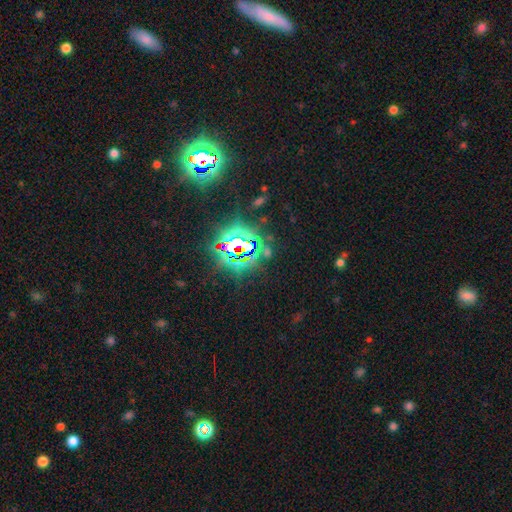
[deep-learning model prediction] Morphology: type=star or artifact (83%).